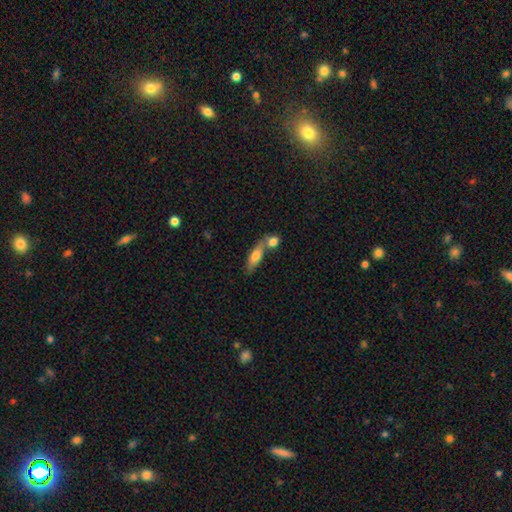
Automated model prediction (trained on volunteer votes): Overall: smooth (71%). How rounded: in between (55%; cigar-shaped 40%). Merging: merger (47%; none 39%).